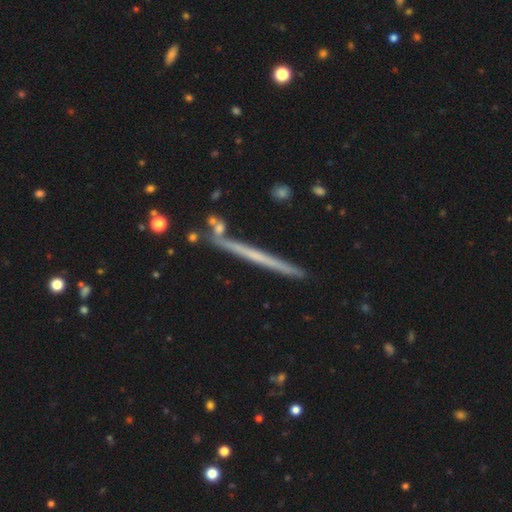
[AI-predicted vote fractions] Overall: featured or disk (61%; smooth 32%). Edge-on disk: yes (97%). Edge-on bulge: none (84%). Merging: none (87%).